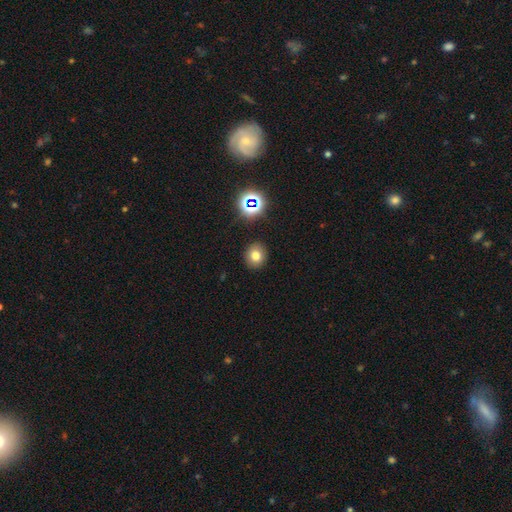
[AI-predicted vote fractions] Smooth or featured? smooth (74%)
How rounded? round (76%)
Merging? none (90%)